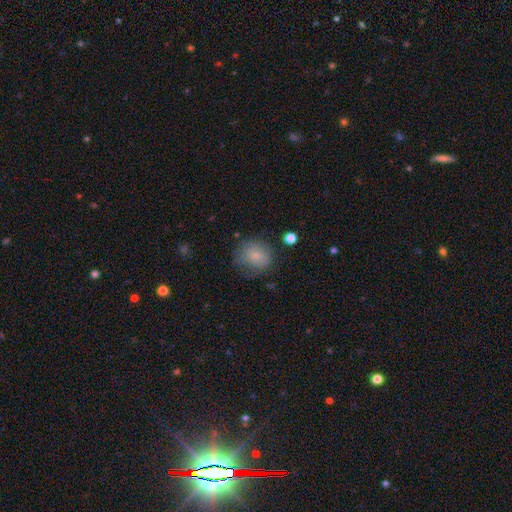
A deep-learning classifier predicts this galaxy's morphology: smooth-or-featured: smooth: 76% | featured or disk: 14% | star or artifact: 9%
  how-rounded: round: 79% | in between: 20% | cigar-shaped: 1%
  merging: none: 63% | minor disturbance: 24% | major disturbance: 11% | merger: 2%